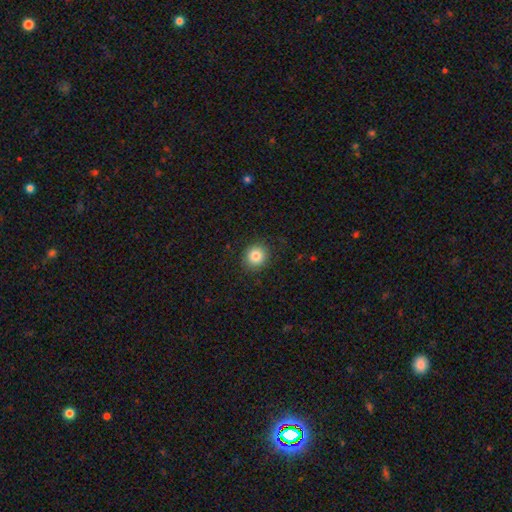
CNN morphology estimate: Smooth or featured? Predicted: smooth (p=0.83). How rounded? Predicted: round (p=0.87). Merging? Predicted: none (p=0.88).